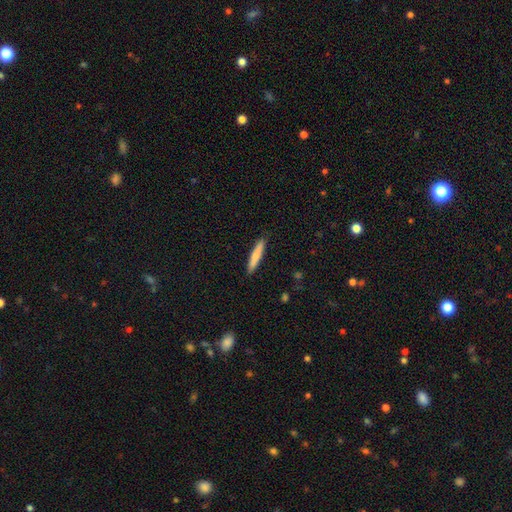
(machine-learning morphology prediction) Smooth or featured? smooth (73%)
How rounded? cigar-shaped (92%)
Merging? none (90%)